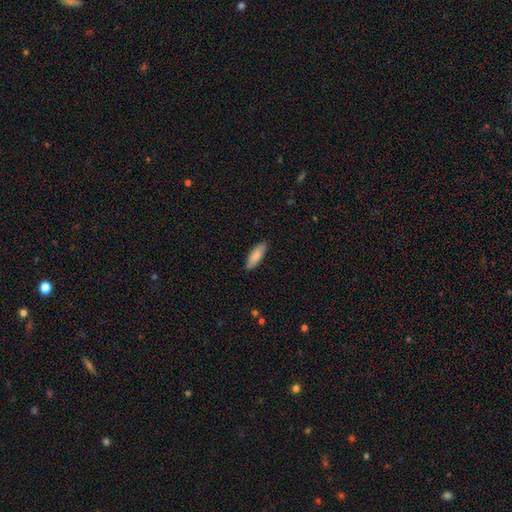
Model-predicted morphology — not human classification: Smooth or featured? smooth (85%)
How rounded? in between (55%)
Merging? none (87%)